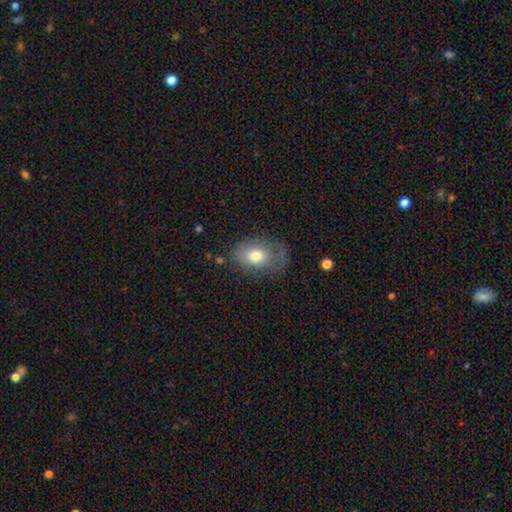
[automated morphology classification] Smooth or featured? smooth (70%)
How rounded? in between (77%)
Merging? none (51%)